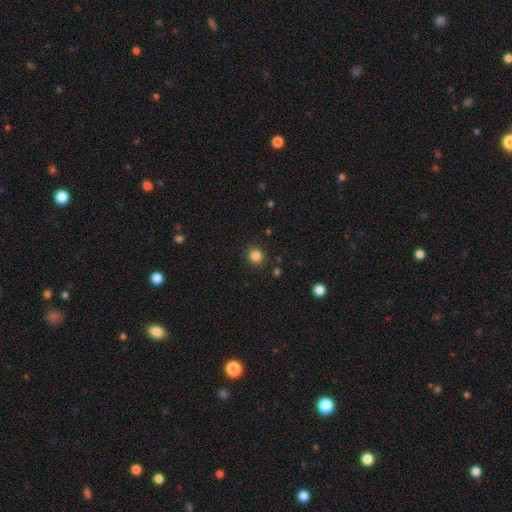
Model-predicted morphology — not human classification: This appears to be a smooth galaxy with no disk features (84%) that is round (88%). Merging: none (89%).